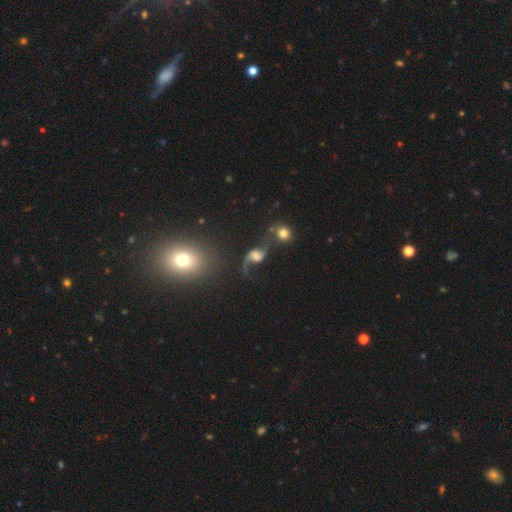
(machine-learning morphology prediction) Q: Smooth or featured?
A: featured or disk (80%); runner-up: smooth (11%)
Q: Edge-on disk?
A: no (97%); runner-up: yes (3%)
Q: Bar?
A: no (48%); runner-up: weak (40%)
Q: Spiral arms?
A: yes (95%); runner-up: no (5%)
Q: Spiral winding?
A: loose (87%); runner-up: medium (10%)
Q: Spiral arm count?
A: 2 (87%); runner-up: 1 (9%)
Q: Bulge size?
A: moderate (33%); runner-up: small (23%)
Q: Merging?
A: none (50%); runner-up: major disturbance (19%)